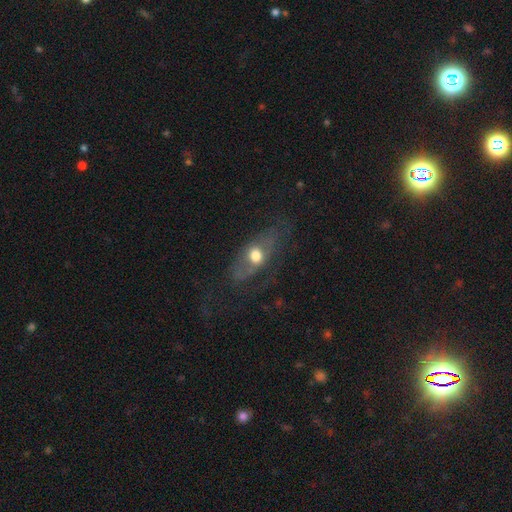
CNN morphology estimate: Q: Smooth or featured?
A: smooth (45%); runner-up: featured or disk (44%)
Q: Merging?
A: none (52%); runner-up: major disturbance (23%)